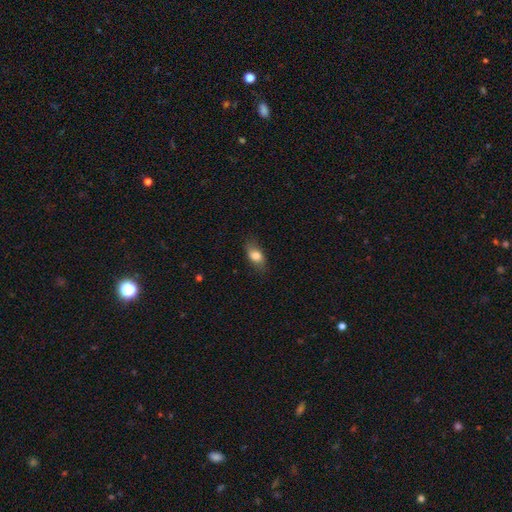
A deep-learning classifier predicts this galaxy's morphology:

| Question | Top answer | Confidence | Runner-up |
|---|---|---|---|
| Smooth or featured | smooth | 78% | featured or disk (14%) |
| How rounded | in between | 83% | round (9%) |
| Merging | none | 77% | minor disturbance (17%) |